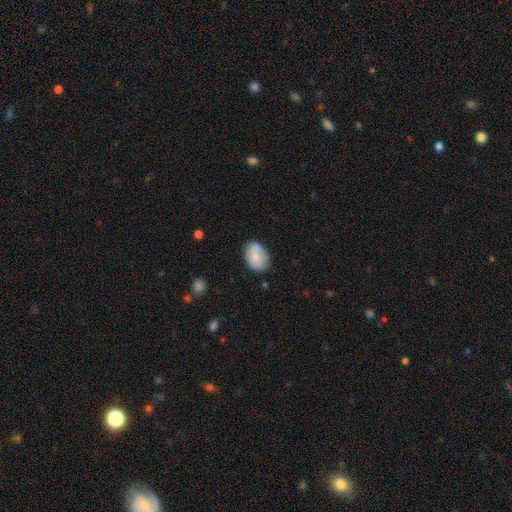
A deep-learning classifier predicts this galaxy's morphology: A smooth galaxy with no disk features (79%) that is in between round and cigar-shaped (82%).

Vote fractions:
- Smooth or featured? smooth: 79% / featured or disk: 14% / star or artifact: 7%
- How rounded? in between: 82% / round: 17% / cigar-shaped: 1%
- Merging? none: 68% / minor disturbance: 20% / merger: 8% / major disturbance: 5%